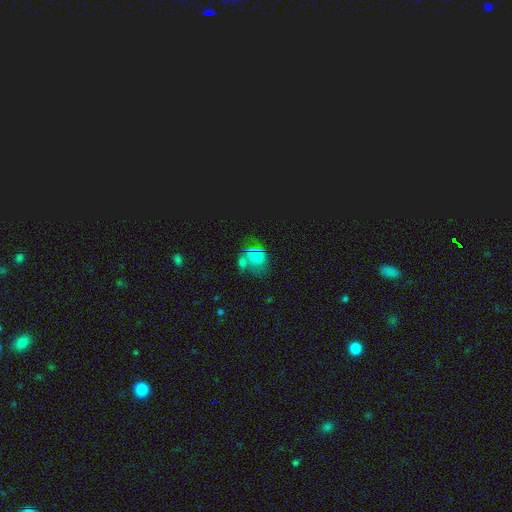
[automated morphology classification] Smooth or featured? smooth (49%)
Merging? none (39%)